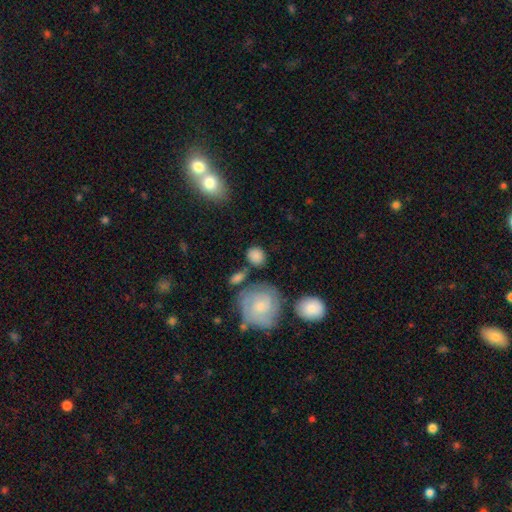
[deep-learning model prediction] This appears to be a smooth galaxy with no disk features (75%) that is round (73%). Merging: none (69%).